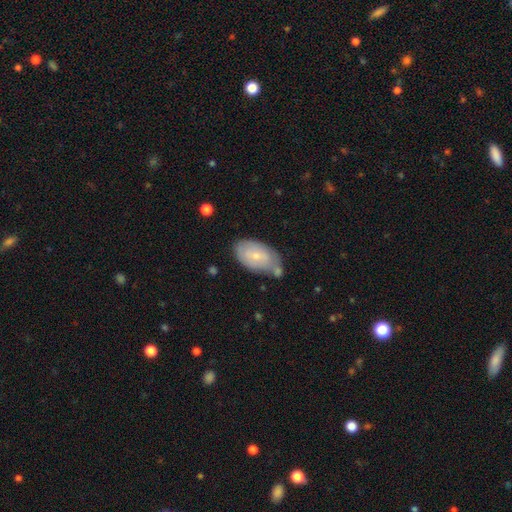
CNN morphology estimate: Smooth or featured?
  - smooth: 60% *
  - featured or disk: 34%
  - star or artifact: 6%
How rounded?
  - in between: 93% *
  - round: 5%
  - cigar-shaped: 2%
Merging?
  - none: 52% *
  - minor disturbance: 26%
  - merger: 15%
  - major disturbance: 7%